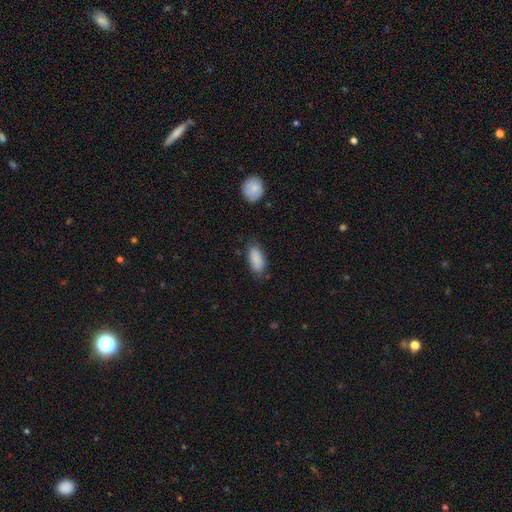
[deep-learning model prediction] smooth-or-featured: smooth: 87% | star or artifact: 8% | featured or disk: 5%
  how-rounded: in between: 88% | cigar-shaped: 9% | round: 3%
  merging: none: 77% | minor disturbance: 18% | major disturbance: 4% | merger: 2%